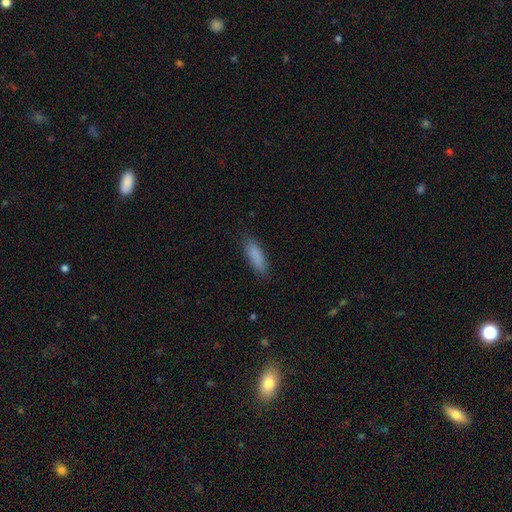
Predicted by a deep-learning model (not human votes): This is clearly a smooth galaxy (87%). How rounded: possibly cigar-shaped (54%). Merging: clearly none (83%).